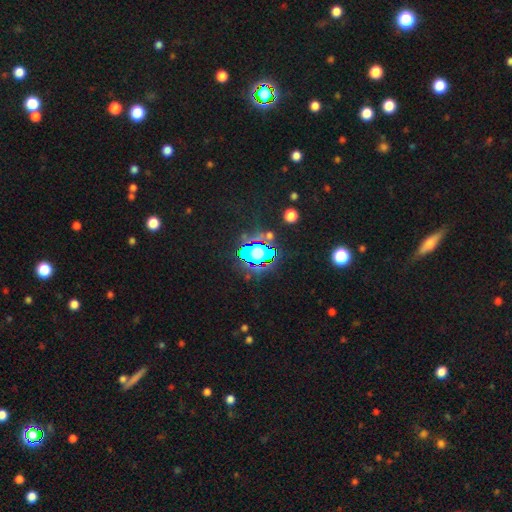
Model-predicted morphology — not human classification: type=star or artifact (52%).